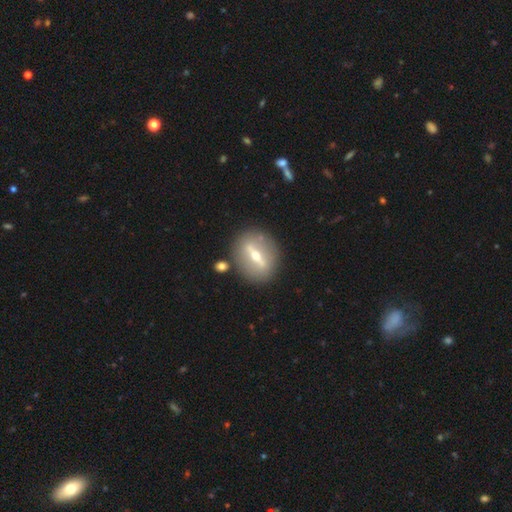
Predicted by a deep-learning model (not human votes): This appears to be a featured or disk galaxy (71%). Merging: none (86%).